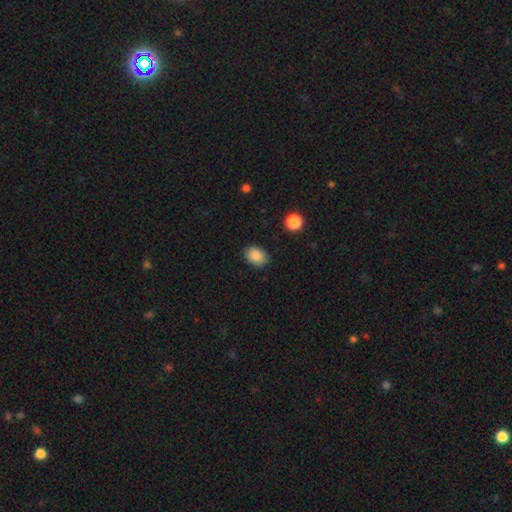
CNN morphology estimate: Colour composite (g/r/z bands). It shows a smooth galaxy with no disk features (87%) that is in between round and cigar-shaped (65%). Merging: none (83%).